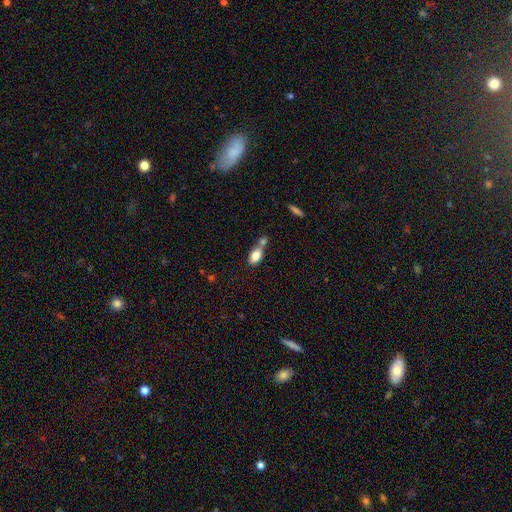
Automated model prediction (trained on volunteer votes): A smooth galaxy with no disk features (79%) that is in between round and cigar-shaped (86%).

Vote fractions:
- Smooth or featured? smooth: 79% / featured or disk: 13% / star or artifact: 8%
- How rounded? in between: 86% / cigar-shaped: 7% / round: 7%
- Merging? merger: 52% / none: 29% / minor disturbance: 13% / major disturbance: 6%